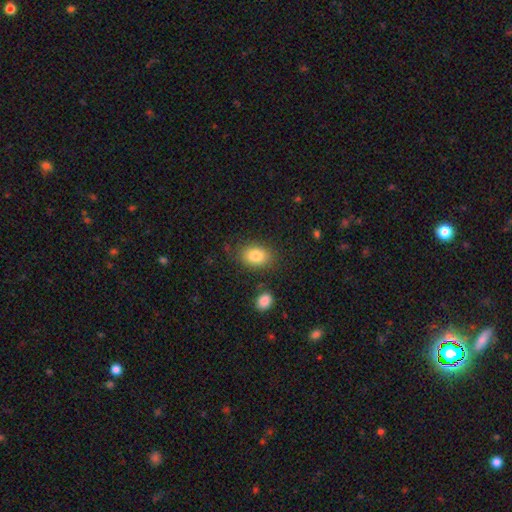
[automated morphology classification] type=smooth (83%); roundness=in between (76%); merging=none (79%).